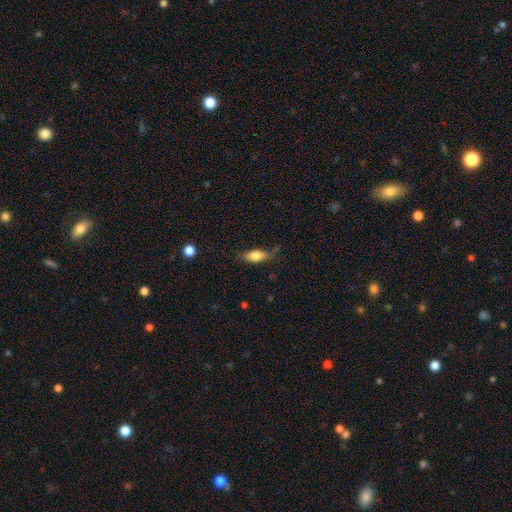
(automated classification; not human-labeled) smooth_or_featured: smooth (p=0.76) [alt: featured or disk p=0.16]
how_rounded: in between (p=0.77) [alt: cigar-shaped p=0.19]
merging: none (p=0.64) [alt: minor disturbance p=0.26]